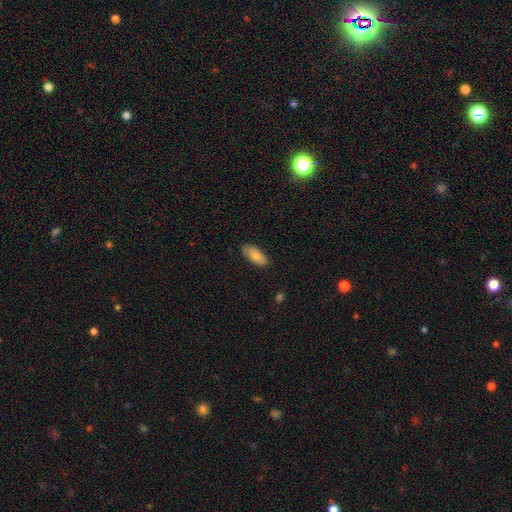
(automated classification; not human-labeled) smooth-or-featured: smooth: 78% | featured or disk: 16% | star or artifact: 6%
  how-rounded: in between: 90% | cigar-shaped: 8% | round: 2%
  merging: none: 86% | minor disturbance: 11% | major disturbance: 2% | merger: 1%